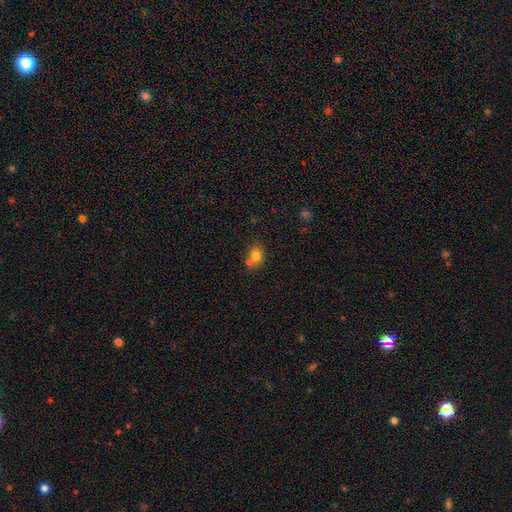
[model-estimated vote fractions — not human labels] The model was most divided on "how rounded": round: 51%, in between: 47%, cigar-shaped: 1%. Remaining: smooth or featured — smooth (78%); merging — none (49%).